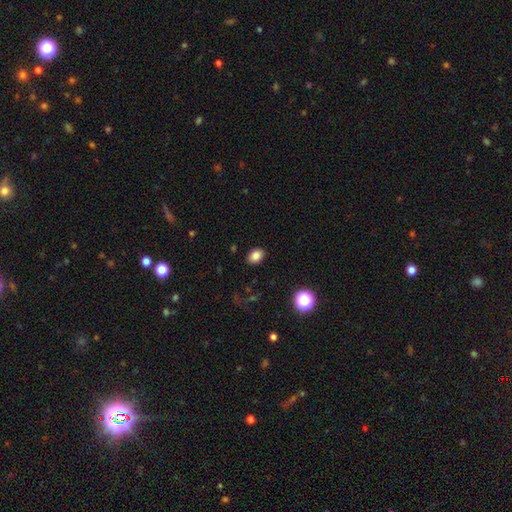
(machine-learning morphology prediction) Q: Smooth or featured?
A: smooth (83%); runner-up: star or artifact (11%)
Q: How rounded?
A: in between (77%); runner-up: round (22%)
Q: Merging?
A: none (88%); runner-up: minor disturbance (8%)